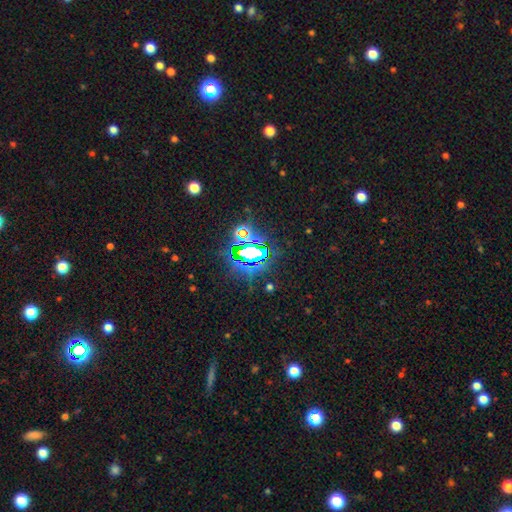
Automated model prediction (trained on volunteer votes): Smooth or featured? star or artifact (77%)